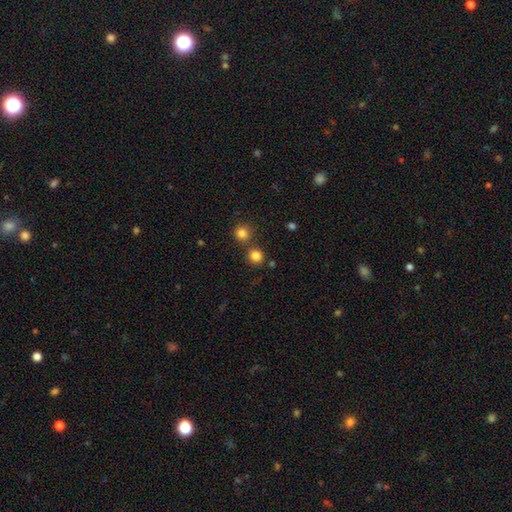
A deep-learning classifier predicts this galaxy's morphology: This appears to be a smooth galaxy with no disk features (83%) that is round (87%). Merging: none (74%).